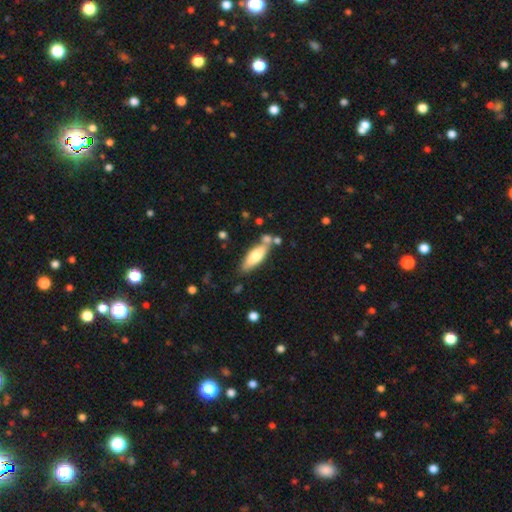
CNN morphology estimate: smooth-or-featured: smooth: 65% | featured or disk: 29% | star or artifact: 6%
  how-rounded: in between: 54% | cigar-shaped: 43% | round: 2%
  merging: none: 63% | minor disturbance: 17% | merger: 16% | major disturbance: 4%